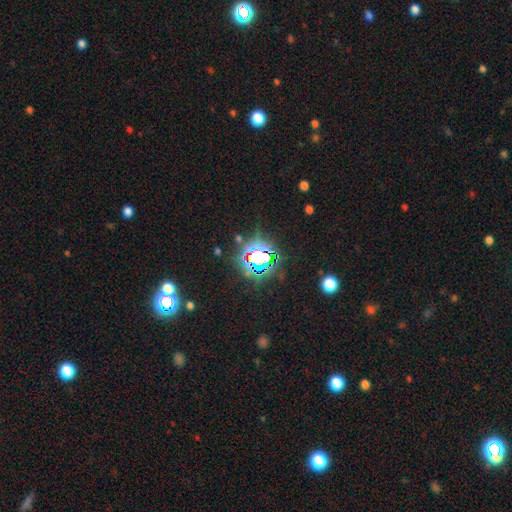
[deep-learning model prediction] Smooth or featured? star or artifact (75%)